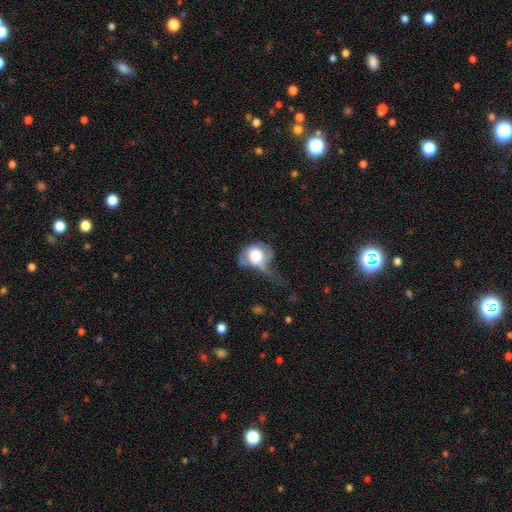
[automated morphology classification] A smooth galaxy with no disk features (58%) that is round (57%). Merging: major disturbance (52%).